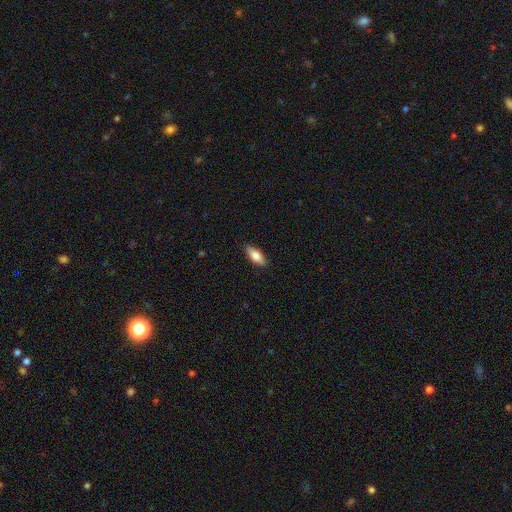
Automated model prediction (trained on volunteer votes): smooth-or-featured: smooth: 77% | featured or disk: 17% | star or artifact: 6%
  how-rounded: in between: 72% | cigar-shaped: 26% | round: 2%
  merging: none: 88% | minor disturbance: 9% | major disturbance: 2% | merger: 1%